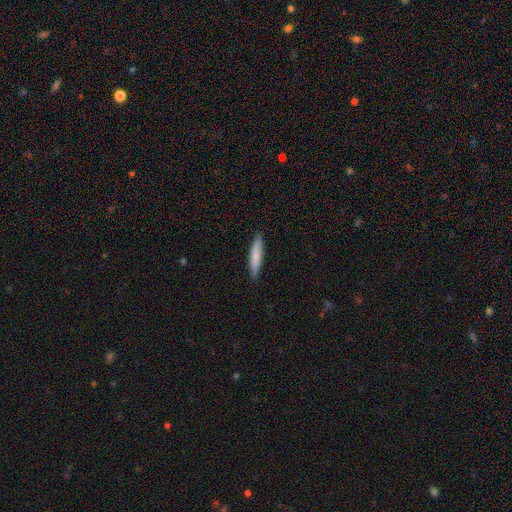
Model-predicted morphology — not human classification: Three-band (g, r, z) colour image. It shows a smooth galaxy with no disk features (80%) that is cigar-shaped (90%). Merging: none (88%).